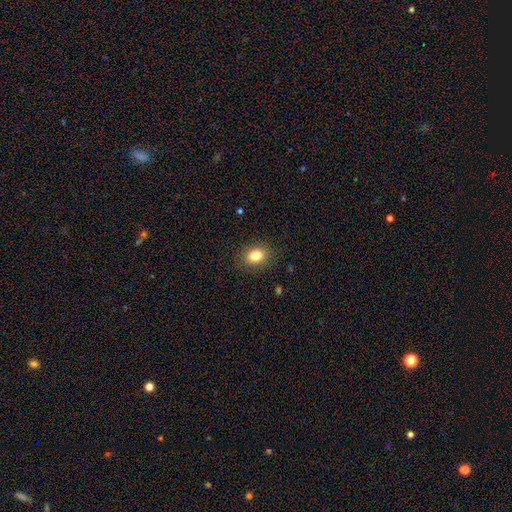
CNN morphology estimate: The model was most divided on "how rounded": in between: 67%, round: 32%, cigar-shaped: 1%. More confident: merging — none (87%); smooth or featured — smooth (83%).